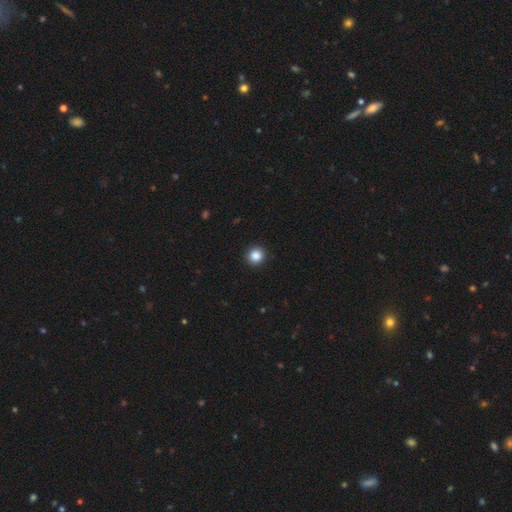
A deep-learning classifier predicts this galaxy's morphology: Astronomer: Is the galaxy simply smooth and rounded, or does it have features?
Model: smooth — 87%.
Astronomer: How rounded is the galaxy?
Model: round — 92%.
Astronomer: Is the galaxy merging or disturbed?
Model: none — 92%.